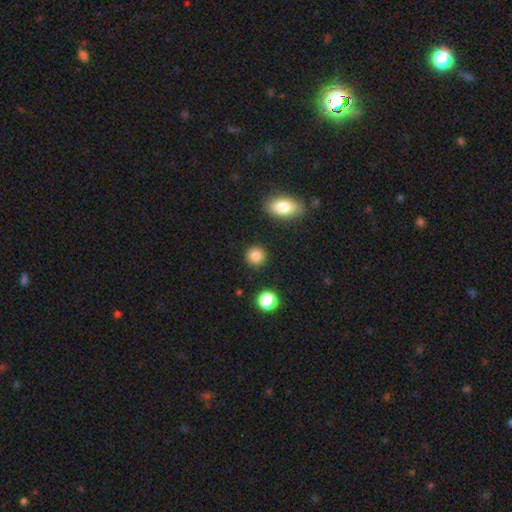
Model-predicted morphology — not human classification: Smooth or featured?
  - smooth: 85% *
  - star or artifact: 10%
  - featured or disk: 4%
How rounded?
  - round: 91% *
  - in between: 8%
  - cigar-shaped: 1%
Merging?
  - none: 90% *
  - minor disturbance: 6%
  - major disturbance: 2%
  - merger: 2%